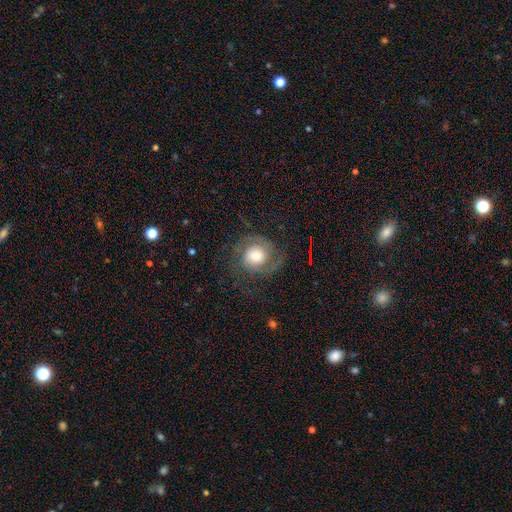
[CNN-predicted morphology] smooth-or-featured: featured or disk: 72% | smooth: 20% | star or artifact: 8%
  disk-edge-on: no: 98% | yes: 2%
    bar: no: 76% | weak: 20% | strong: 4%
    has-spiral-arms: yes: 92% | no: 8%
      spiral-winding: medium: 42% | tight: 41% | loose: 17%
      spiral-arm-count: 2: 69% | can't tell: 12% | 1: 7% | 3: 6% | 4: 3% | more than 4: 3%
    bulge-size: moderate: 48% | large: 32% | small: 13% | dominant: 6% | none: 2%
  merging: none: 68% | major disturbance: 15% | minor disturbance: 15% | merger: 1%